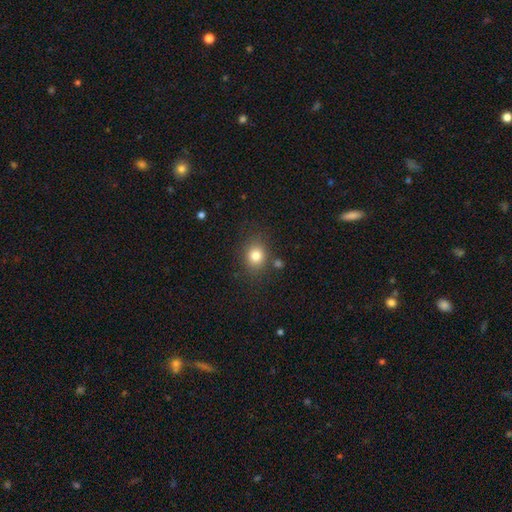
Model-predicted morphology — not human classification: Smooth or featured? smooth (81%)
How rounded? round (68%)
Merging? none (79%)